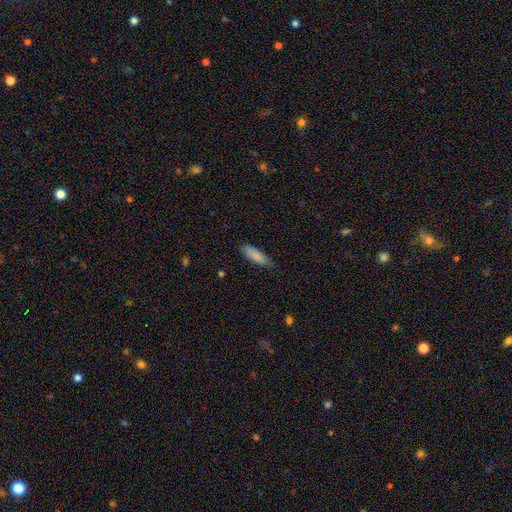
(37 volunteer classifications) smooth-or-featured: smooth: 84% | featured or disk: 11% | star or artifact: 5%
  how-rounded: in between: 55% | cigar-shaped: 42% | round: 3%
  merging: none: 69% | minor disturbance: 26% | merger: 6% | major disturbance: 0%